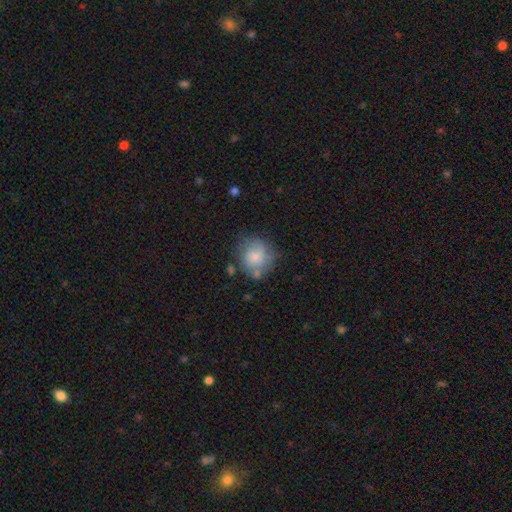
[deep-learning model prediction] smooth_or_featured: smooth (p=0.73) [alt: featured or disk p=0.19]
how_rounded: round (p=0.84) [alt: in between p=0.15]
merging: none (p=0.64) [alt: minor disturbance p=0.22]